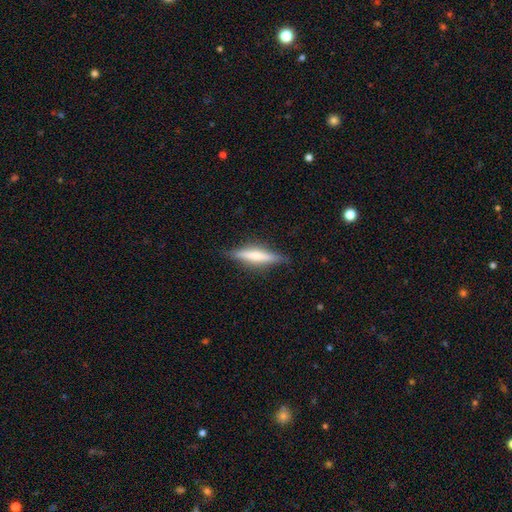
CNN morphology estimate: A featured or disk galaxy (48%).

Vote fractions:
- Smooth or featured? featured or disk: 48% / smooth: 45% / star or artifact: 6%
- Merging? none: 85% / minor disturbance: 11% / major disturbance: 3% / merger: 1%